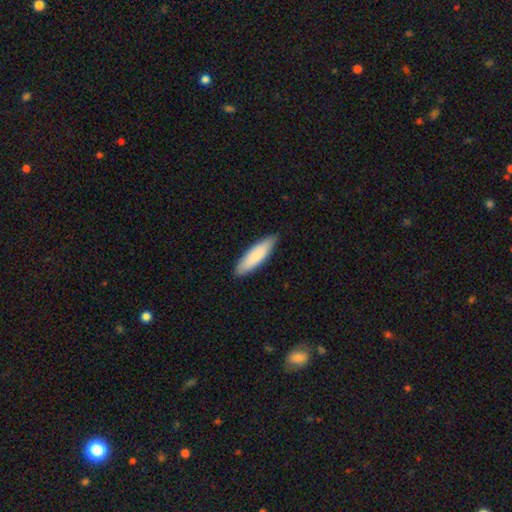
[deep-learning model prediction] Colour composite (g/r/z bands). It shows a smooth galaxy with no disk features (84%) that is cigar-shaped (62%). Merging: none (85%).